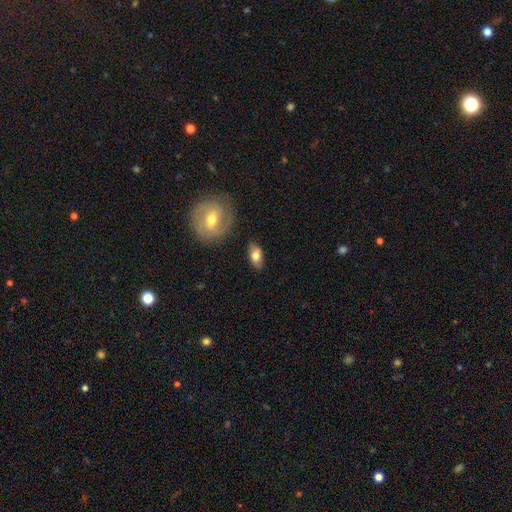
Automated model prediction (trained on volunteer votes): smooth_or_featured: smooth (p=0.68) [alt: featured or disk p=0.25]
how_rounded: in between (p=0.86) [alt: round p=0.08]
merging: none (p=0.80) [alt: minor disturbance p=0.14]